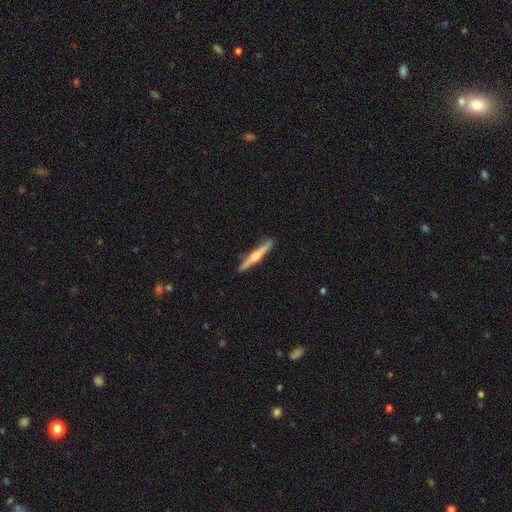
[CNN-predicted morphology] A featured or disk galaxy (52%) viewed edge-on (97%) with a rounded central bulge (72%).

Vote fractions:
- Smooth or featured? featured or disk: 52% / smooth: 43% / star or artifact: 5%
- Edge-on disk? yes: 97% / no: 3%
- Edge-on bulge? rounded: 72% / none: 17% / boxy: 11%
- Merging? none: 89% / minor disturbance: 8% / major disturbance: 2% / merger: 1%